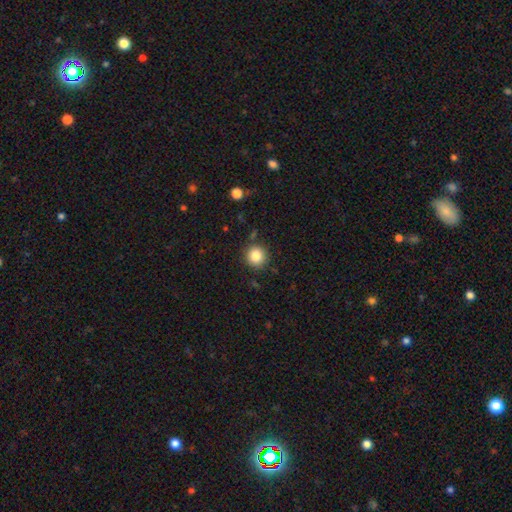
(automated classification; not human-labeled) Smooth or featured? smooth (84%)
How rounded? round (92%)
Merging? none (87%)